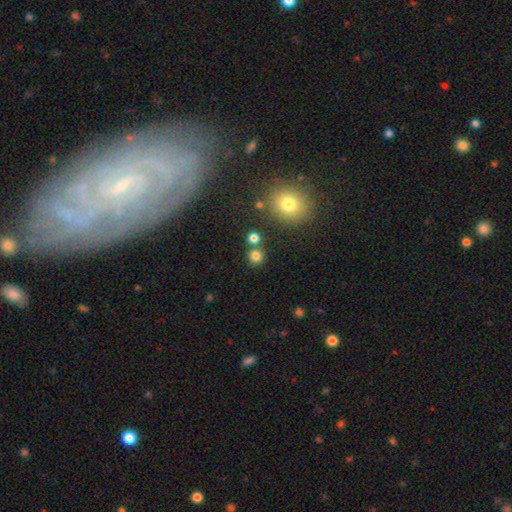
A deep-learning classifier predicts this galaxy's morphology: This appears to be a smooth galaxy with no disk features (79%) that is round (90%). Merging: none (76%).